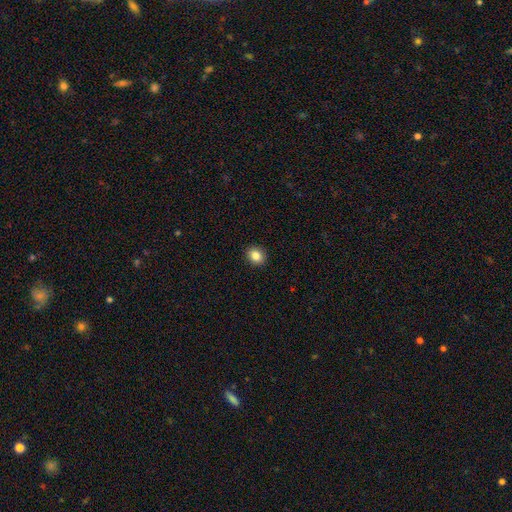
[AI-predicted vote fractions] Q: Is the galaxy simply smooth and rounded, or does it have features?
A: smooth — 85%.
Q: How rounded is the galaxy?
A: round — 69%.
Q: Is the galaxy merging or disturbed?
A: none — 92%.